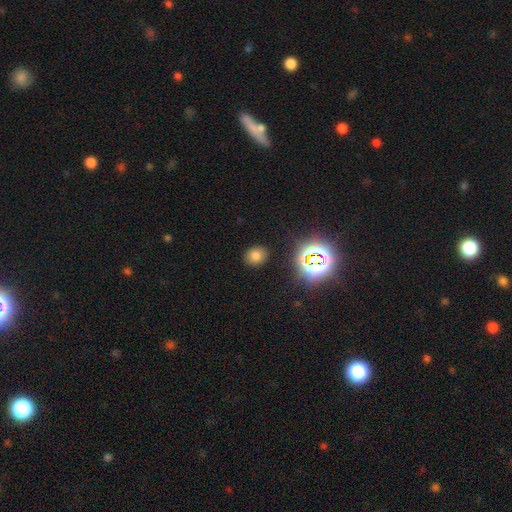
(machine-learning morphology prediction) Q: Smooth or featured?
A: smooth (71%); runner-up: star or artifact (21%)
Q: How rounded?
A: round (56%); runner-up: in between (43%)
Q: Merging?
A: none (87%); runner-up: minor disturbance (9%)